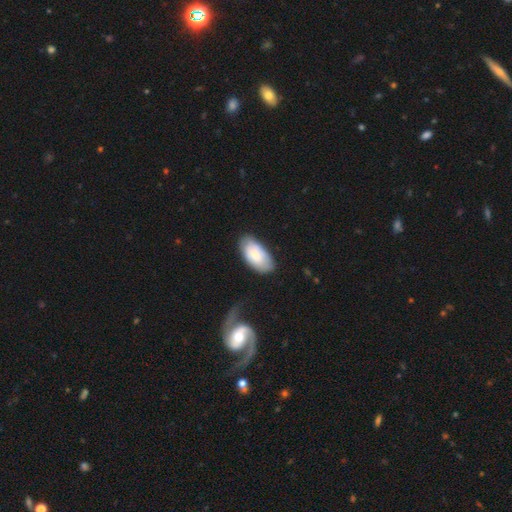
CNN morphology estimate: smooth_or_featured: smooth (p=0.69) [alt: featured or disk p=0.25]
how_rounded: in between (p=0.95) [alt: cigar-shaped p=0.03]
merging: none (p=0.72) [alt: minor disturbance p=0.20]